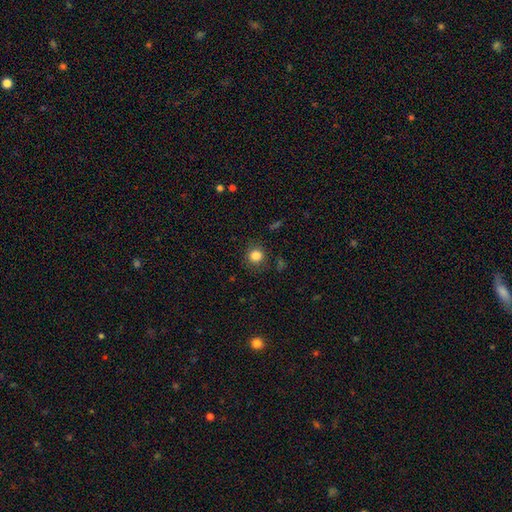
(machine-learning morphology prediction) A smooth galaxy with no disk features (83%) that is round (89%). Merging: none (86%).